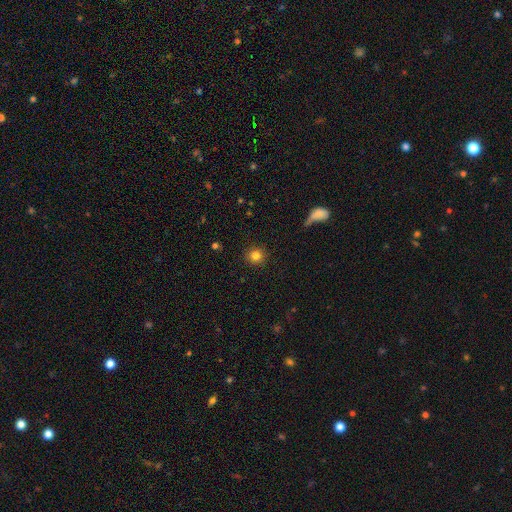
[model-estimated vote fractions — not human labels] Smooth or featured: smooth — 83% (star or artifact — 11%)
How rounded: round — 92% (in between — 7%)
Merging: none — 90% (minor disturbance — 6%)